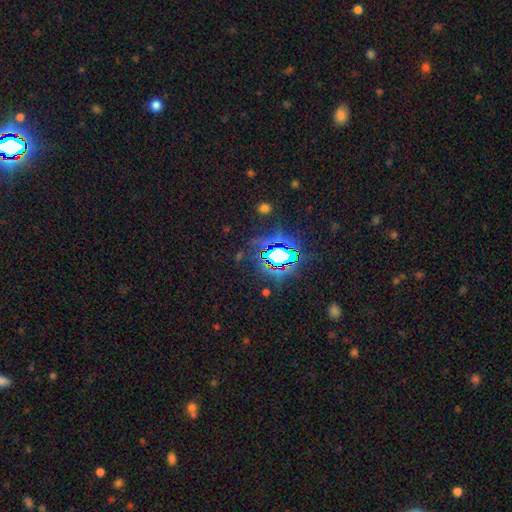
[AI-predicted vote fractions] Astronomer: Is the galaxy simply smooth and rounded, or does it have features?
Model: star or artifact — 82%.